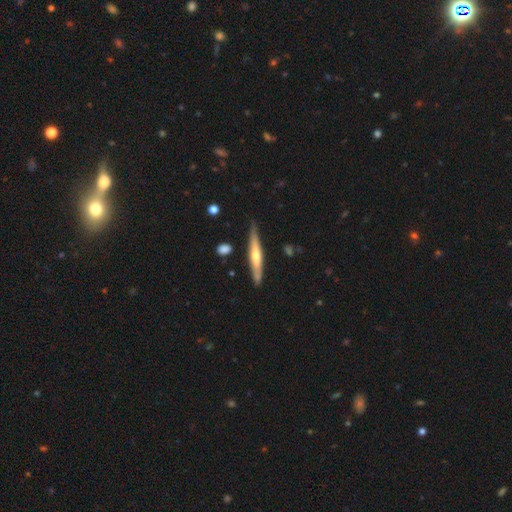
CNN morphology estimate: Smooth or featured?
  - featured or disk: 60% *
  - smooth: 35%
  - star or artifact: 6%
Edge-on disk?
  - yes: 94% *
  - no: 6%
Edge-on bulge?
  - rounded: 71% *
  - none: 21%
  - boxy: 9%
Merging?
  - none: 82% *
  - minor disturbance: 13%
  - merger: 3%
  - major disturbance: 2%